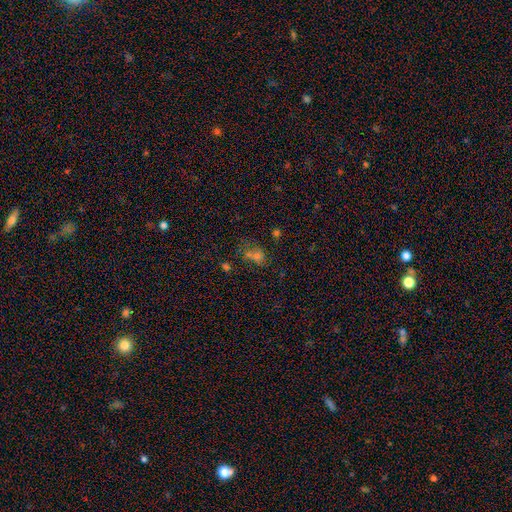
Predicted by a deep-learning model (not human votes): smooth_or_featured: smooth (p=0.46) [alt: star or artifact p=0.37]
merging: none (p=0.42) [alt: merger p=0.28]